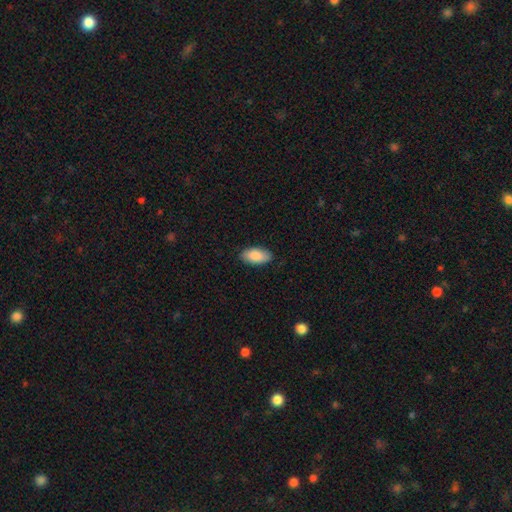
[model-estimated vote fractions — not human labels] The model was most divided on "merging": none: 86%, minor disturbance: 11%, major disturbance: 2%, merger: 1%. More confident: how rounded — in between (94%); smooth or featured — smooth (87%).